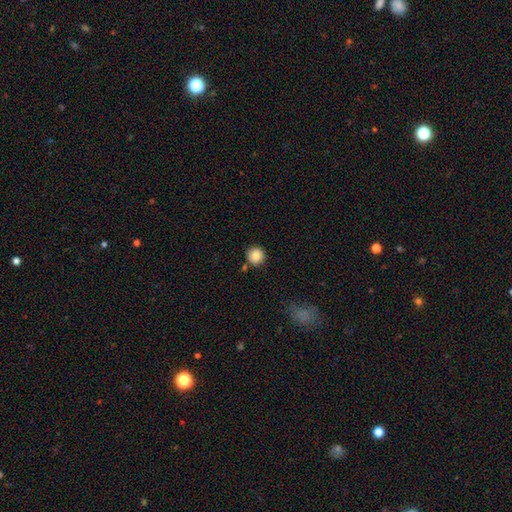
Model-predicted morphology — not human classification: Overall: smooth (85%). How rounded: round (95%). Merging: none (85%).